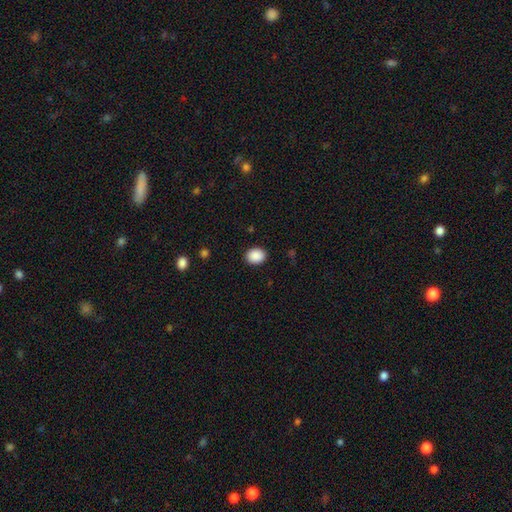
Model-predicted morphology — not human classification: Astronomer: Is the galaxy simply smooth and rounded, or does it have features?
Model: smooth — 90%.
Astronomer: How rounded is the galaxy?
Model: in between — 51% (runner-up: round, 48%).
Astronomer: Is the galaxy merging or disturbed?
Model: none — 90%.